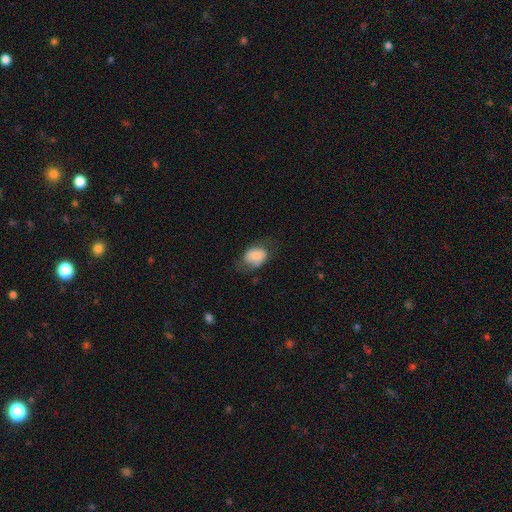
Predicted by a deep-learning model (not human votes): smooth_or_featured: smooth (p=0.76) [alt: featured or disk p=0.16]
how_rounded: in between (p=0.72) [alt: round p=0.27]
merging: none (p=0.51) [alt: minor disturbance p=0.30]